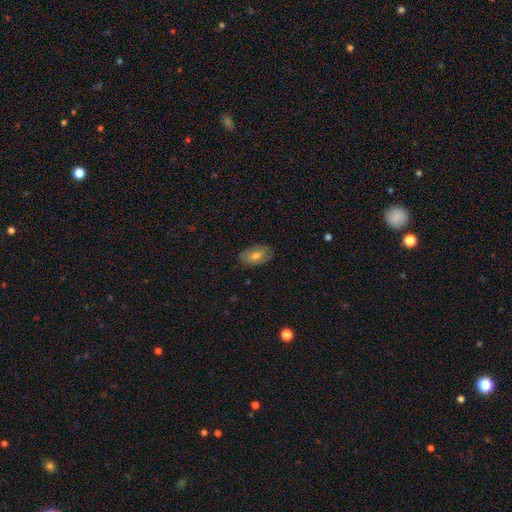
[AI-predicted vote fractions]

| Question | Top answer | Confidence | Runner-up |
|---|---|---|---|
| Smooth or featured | smooth | 63% | featured or disk (28%) |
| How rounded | in between | 91% | round (7%) |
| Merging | none | 83% | minor disturbance (13%) |